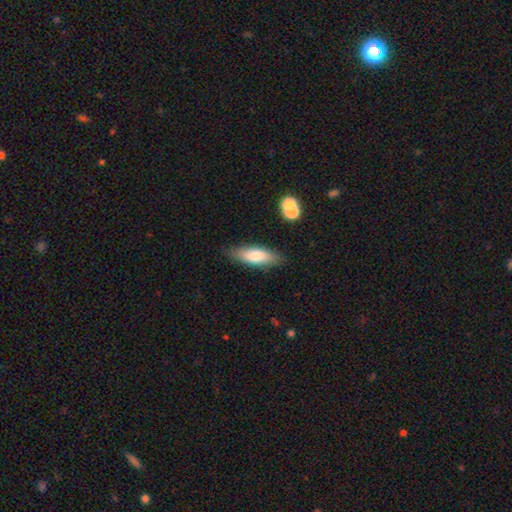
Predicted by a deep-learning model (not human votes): This appears to be a smooth galaxy with no disk features (73%) that is in between round and cigar-shaped (60%). Merging: none (81%).